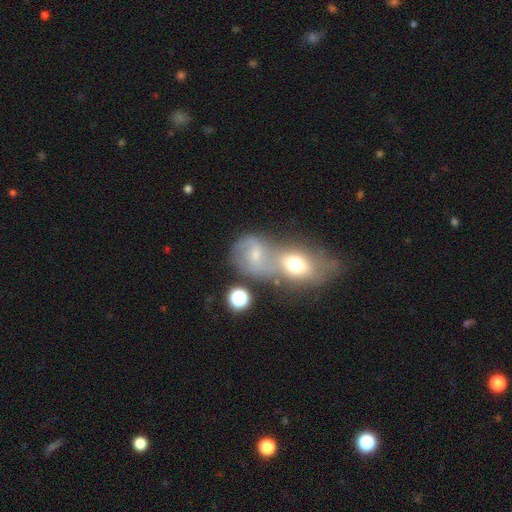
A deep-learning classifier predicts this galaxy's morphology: Q: Smooth or featured?
A: featured or disk (48%); runner-up: smooth (37%)
Q: Merging?
A: merger (50%); runner-up: none (30%)